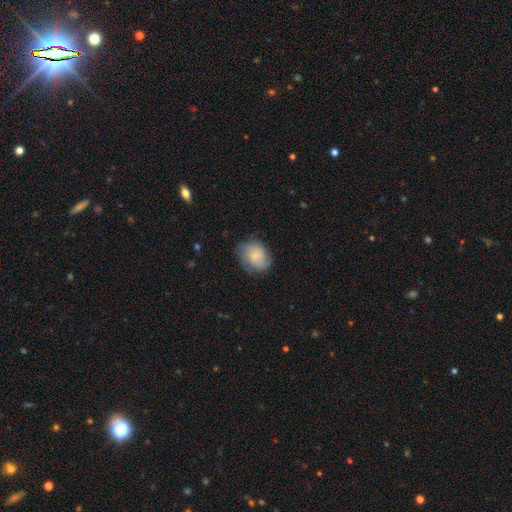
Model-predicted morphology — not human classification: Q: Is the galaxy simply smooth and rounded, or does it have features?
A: smooth — 69%.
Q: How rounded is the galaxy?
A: round — 54%.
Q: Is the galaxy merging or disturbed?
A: none — 66%.